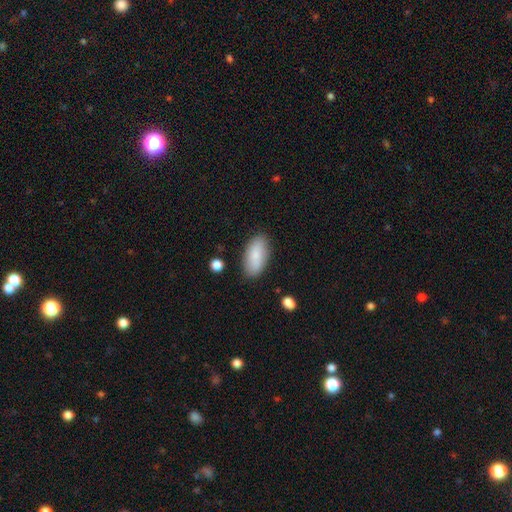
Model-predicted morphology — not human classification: A smooth galaxy with no disk features (81%) that is in between round and cigar-shaped (89%).

Vote fractions:
- Smooth or featured? smooth: 81% / featured or disk: 13% / star or artifact: 6%
- How rounded? in between: 89% / cigar-shaped: 8% / round: 2%
- Merging? none: 84% / minor disturbance: 12% / major disturbance: 3% / merger: 2%